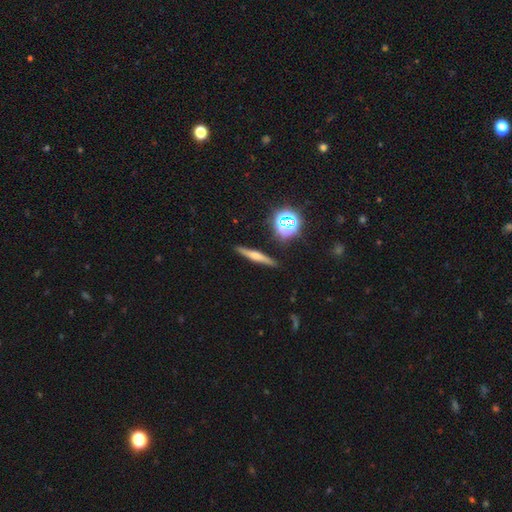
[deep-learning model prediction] The model was most divided on "smooth or featured": featured or disk: 47%, smooth: 40%, star or artifact: 13%. More confident: merging — none (88%).